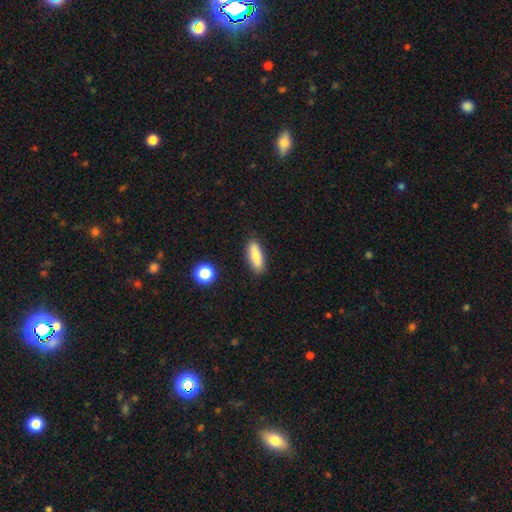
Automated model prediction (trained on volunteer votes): smooth 82%, featured or disk 11%, star or artifact 7%. Down the decision tree: how rounded — in between (58%); merging — none (87%).